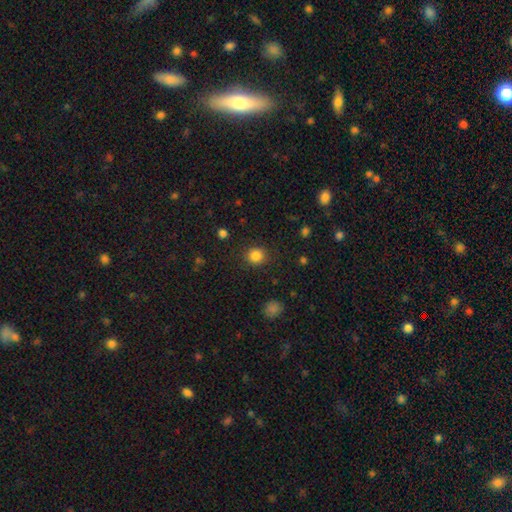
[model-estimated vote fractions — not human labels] A smooth galaxy with no disk features (85%) that is round (88%).

Vote fractions:
- Smooth or featured? smooth: 85% / star or artifact: 12% / featured or disk: 4%
- How rounded? round: 88% / in between: 11% / cigar-shaped: 1%
- Merging? none: 88% / minor disturbance: 7% / major disturbance: 3% / merger: 1%